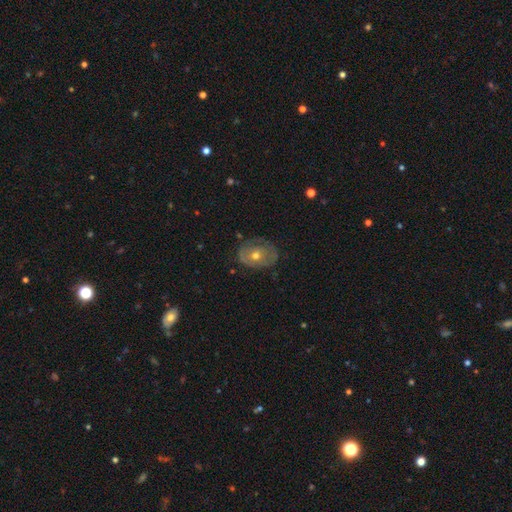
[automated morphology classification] Smooth or featured? Predicted: featured or disk (p=0.53). Edge-on disk? Predicted: no (p=0.94). Bar? Predicted: no (p=0.84). Spiral arms? Predicted: no (p=0.61). Bulge size? Predicted: moderate (p=0.63). Merging? Predicted: none (p=0.66).